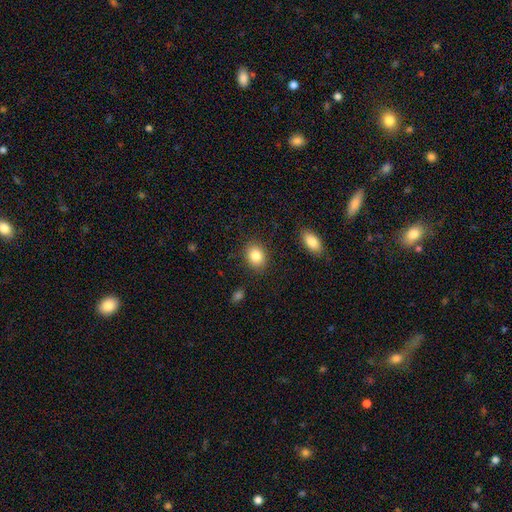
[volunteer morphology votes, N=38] A smooth galaxy with no disk features (95%) that is in between round and cigar-shaped (67%). Merging: none (95%).